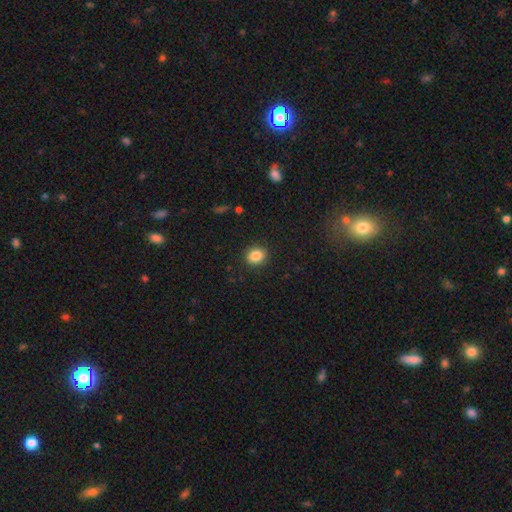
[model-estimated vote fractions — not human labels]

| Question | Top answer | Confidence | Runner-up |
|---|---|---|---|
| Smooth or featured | smooth | 85% | star or artifact (10%) |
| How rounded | round | 69% | in between (30%) |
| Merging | none | 90% | minor disturbance (7%) |